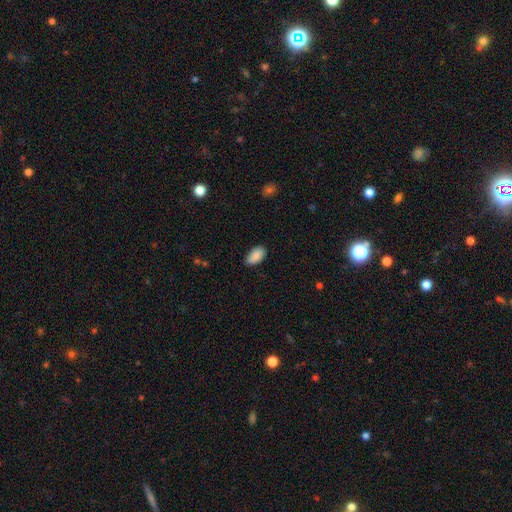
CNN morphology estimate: A smooth galaxy with no disk features (89%) that is in between round and cigar-shaped (94%). Merging: none (81%).